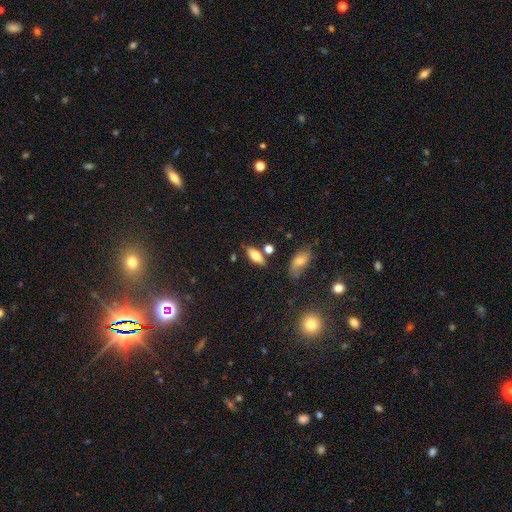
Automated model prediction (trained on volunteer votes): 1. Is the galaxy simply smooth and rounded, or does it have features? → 69% smooth, 22% featured or disk, 8% star or artifact.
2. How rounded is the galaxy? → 80% in between, 16% cigar-shaped, 4% round.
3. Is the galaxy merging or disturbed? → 75% none, 13% minor disturbance, 9% merger, 3% major disturbance.